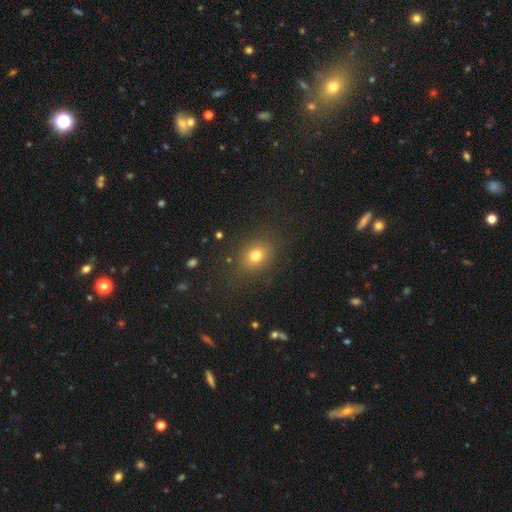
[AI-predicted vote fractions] The model was most divided on "how rounded": in between: 50%, round: 48%, cigar-shaped: 1%. More confident: merging — none (82%); smooth or featured — smooth (76%).